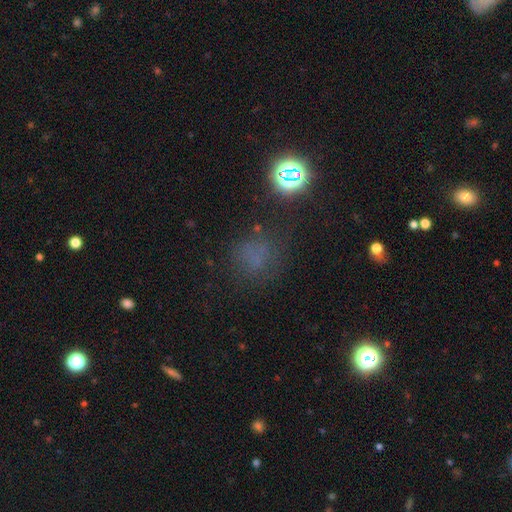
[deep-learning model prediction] The model was most divided on "smooth or featured": smooth: 50%, star or artifact: 38%, featured or disk: 12%. More confident: merging — none (68%).